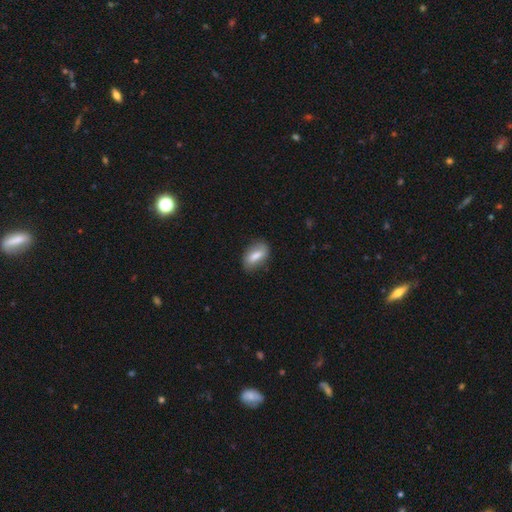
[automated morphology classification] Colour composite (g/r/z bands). It shows a smooth galaxy with no disk features (66%) that is in between round and cigar-shaped (86%). Merging: none (77%).